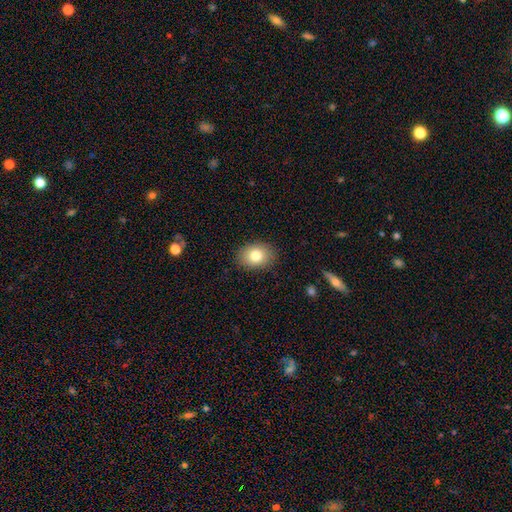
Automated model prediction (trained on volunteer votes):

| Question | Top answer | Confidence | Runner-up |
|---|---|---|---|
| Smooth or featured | smooth | 81% | featured or disk (11%) |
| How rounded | in between | 72% | round (27%) |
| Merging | none | 87% | minor disturbance (10%) |